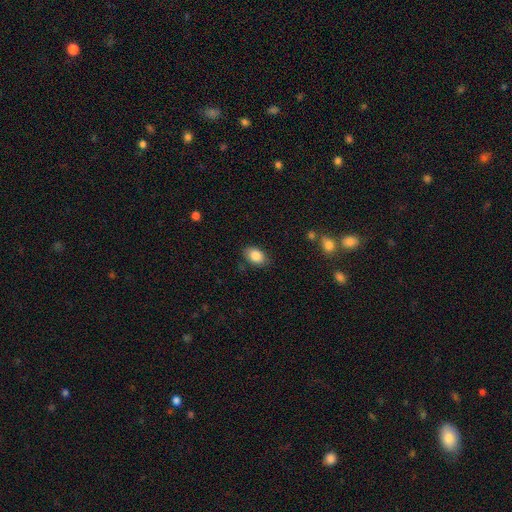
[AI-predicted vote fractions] Smooth or featured? smooth (86%)
How rounded? in between (86%)
Merging? none (82%)